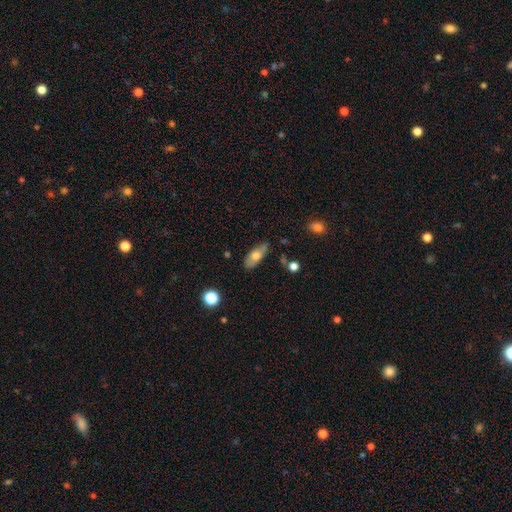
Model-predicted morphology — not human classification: This is likely a smooth galaxy (67%). How rounded: likely in between (80%). Merging: clearly none (80%).